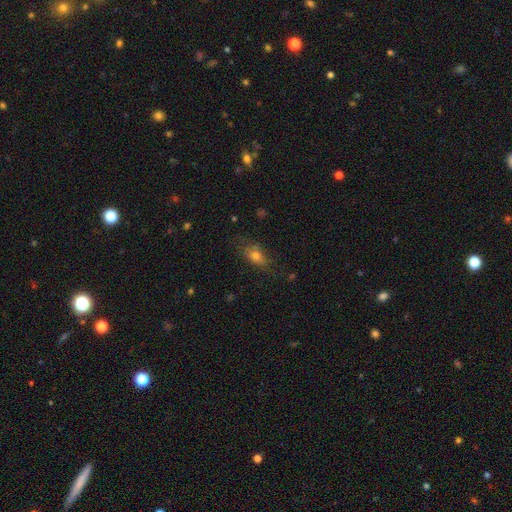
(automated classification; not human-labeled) smooth_or_featured: smooth (p=0.69) [alt: featured or disk p=0.19]
how_rounded: in between (p=0.77) [alt: round p=0.15]
merging: none (p=0.60) [alt: minor disturbance p=0.24]